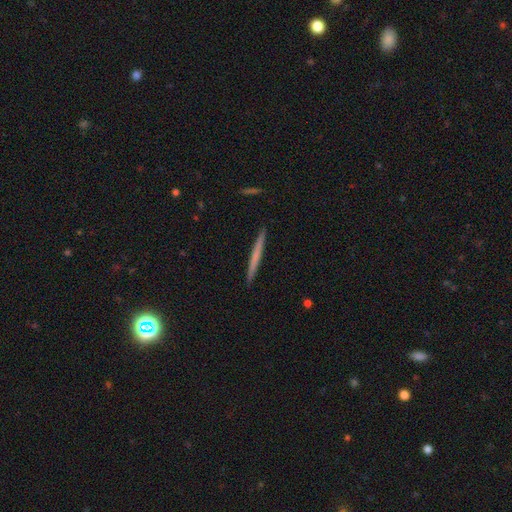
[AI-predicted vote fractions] Smooth or featured? Predicted: smooth (p=0.55). How rounded? Predicted: cigar-shaped (p=0.97). Merging? Predicted: none (p=0.93).